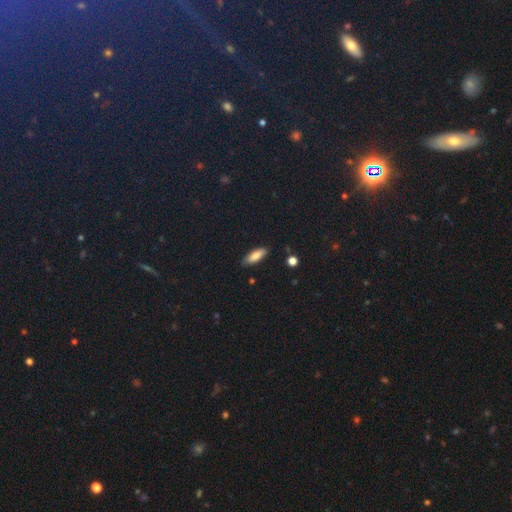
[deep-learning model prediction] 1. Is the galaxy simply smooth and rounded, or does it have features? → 80% smooth, 13% featured or disk, 8% star or artifact.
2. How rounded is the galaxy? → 58% in between, 40% cigar-shaped, 2% round.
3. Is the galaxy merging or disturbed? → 85% none, 11% minor disturbance, 2% major disturbance, 2% merger.